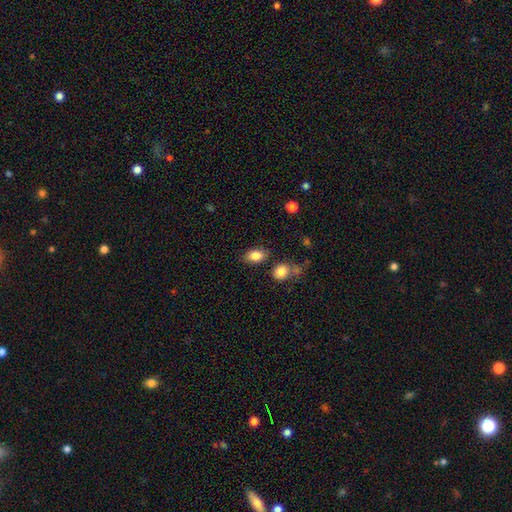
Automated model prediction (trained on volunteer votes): Overall: smooth (85%). How rounded: in between (83%). Merging: none (77%).